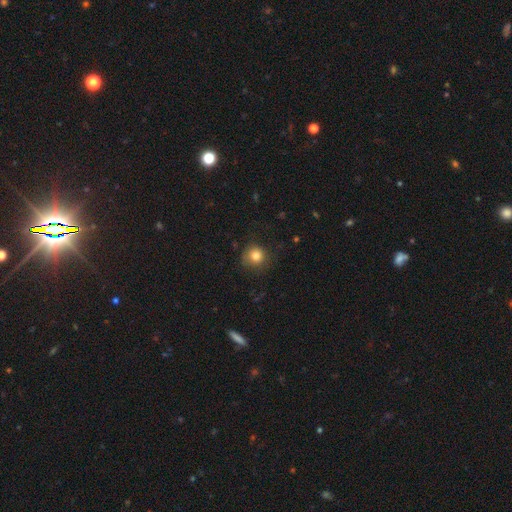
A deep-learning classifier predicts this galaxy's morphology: type=smooth (81%); roundness=round (91%); merging=none (76%).